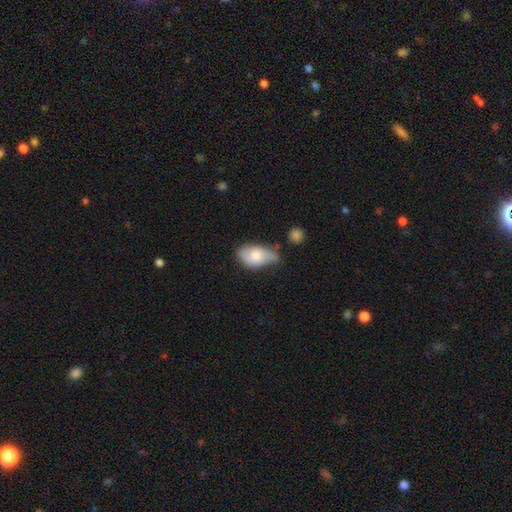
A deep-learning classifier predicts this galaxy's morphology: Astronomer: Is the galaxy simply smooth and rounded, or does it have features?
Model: smooth — 61%.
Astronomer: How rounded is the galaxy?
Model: in between — 91%.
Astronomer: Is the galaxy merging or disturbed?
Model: none — 41% (runner-up: minor disturbance, 40%).